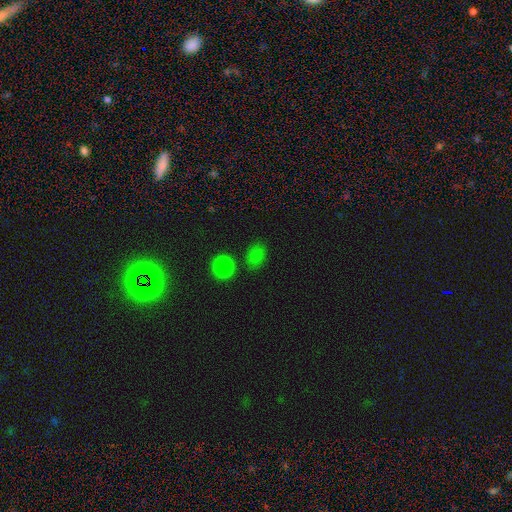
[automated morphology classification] A smooth galaxy with no disk features (76%) that is in between round and cigar-shaped (64%).

Vote fractions:
- Smooth or featured? smooth: 76% / star or artifact: 19% / featured or disk: 5%
- How rounded? in between: 64% / round: 34% / cigar-shaped: 2%
- Merging? none: 76% / minor disturbance: 13% / merger: 7% / major disturbance: 5%